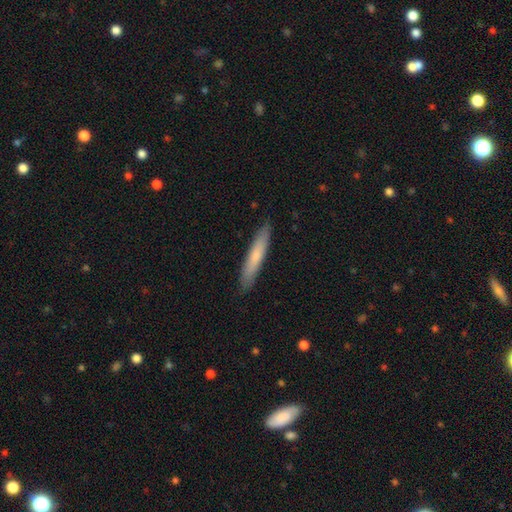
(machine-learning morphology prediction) Smooth or featured?
  - smooth: 70% *
  - featured or disk: 25%
  - star or artifact: 5%
How rounded?
  - cigar-shaped: 92% *
  - in between: 7%
  - round: 1%
Merging?
  - none: 89% *
  - minor disturbance: 9%
  - major disturbance: 2%
  - merger: 1%